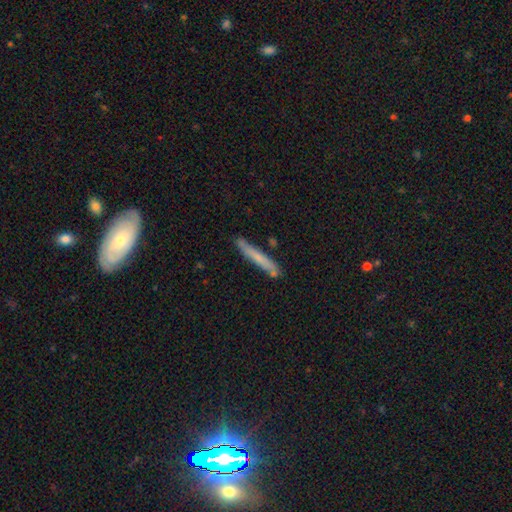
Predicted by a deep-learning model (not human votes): This is likely a smooth galaxy (65%). How rounded: clearly cigar-shaped (96%). Merging: clearly none (83%).